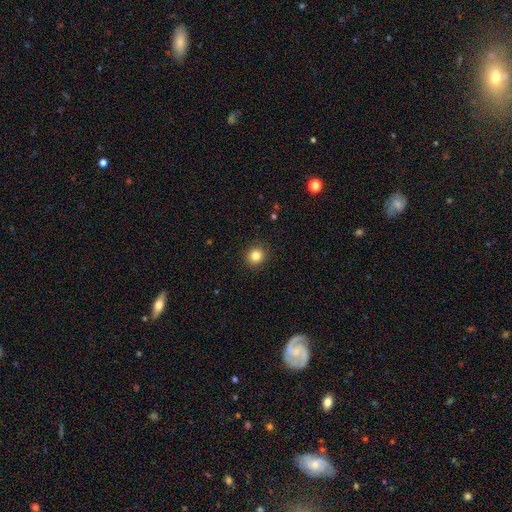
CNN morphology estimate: Smooth or featured: smooth — 83% (star or artifact — 11%)
How rounded: round — 90% (in between — 9%)
Merging: none — 91% (minor disturbance — 6%)